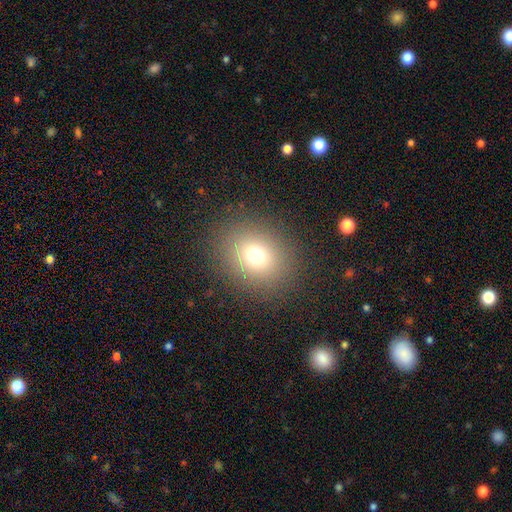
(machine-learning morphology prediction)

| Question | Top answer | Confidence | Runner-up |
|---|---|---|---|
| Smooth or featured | smooth | 71% | star or artifact (17%) |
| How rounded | round | 66% | in between (33%) |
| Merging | none | 87% | minor disturbance (8%) |